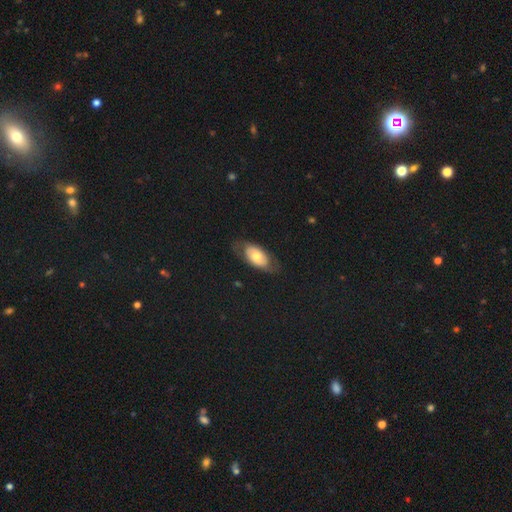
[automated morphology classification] smooth-or-featured: smooth: 51% | featured or disk: 42% | star or artifact: 7%
  how-rounded: in between: 90% | round: 6% | cigar-shaped: 4%
  merging: none: 70% | minor disturbance: 19% | major disturbance: 10% | merger: 1%